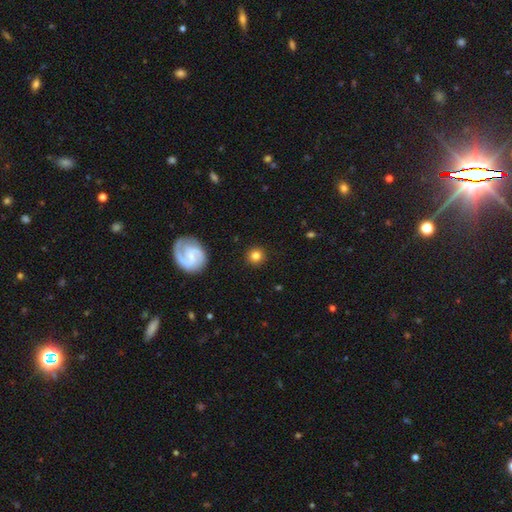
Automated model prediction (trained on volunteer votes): This is likely a smooth galaxy (74%). How rounded: clearly round (94%). Merging: clearly none (90%).